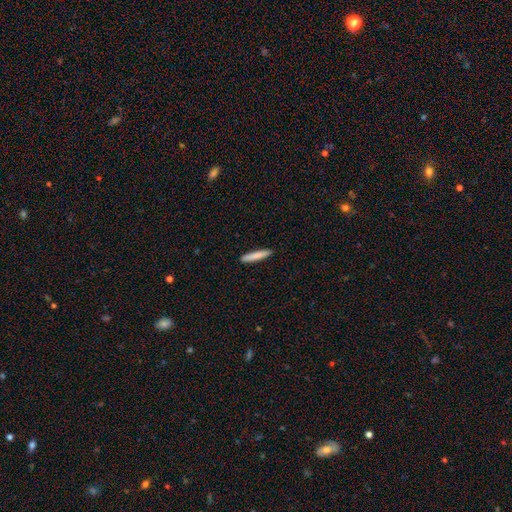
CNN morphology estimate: The model was most divided on "smooth or featured": smooth: 83%, featured or disk: 11%, star or artifact: 6%. More confident: how rounded — cigar-shaped (93%); merging — none (92%).